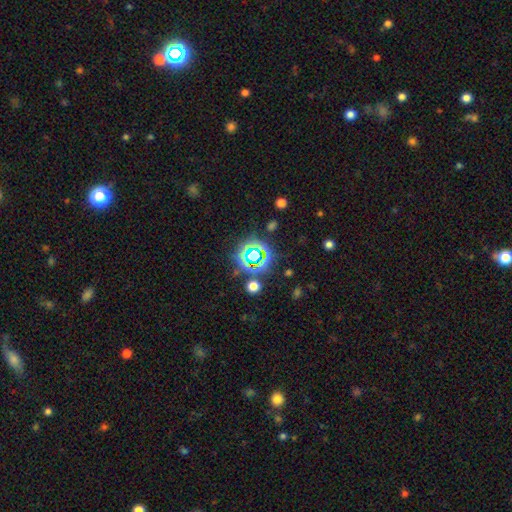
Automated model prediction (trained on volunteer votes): Smooth or featured: star or artifact — 65% (smooth — 25%)